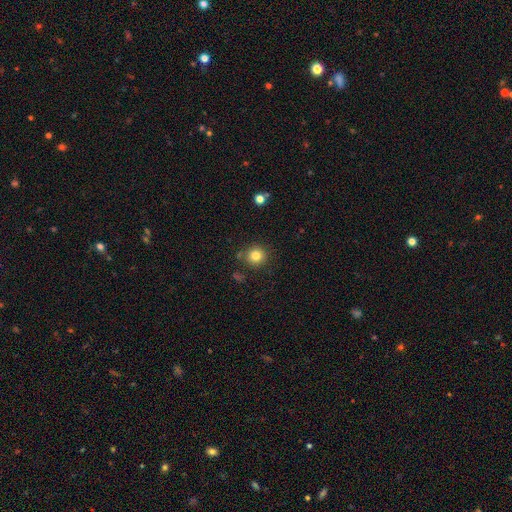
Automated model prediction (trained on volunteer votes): Overall: smooth (82%). How rounded: round (93%). Merging: none (84%).